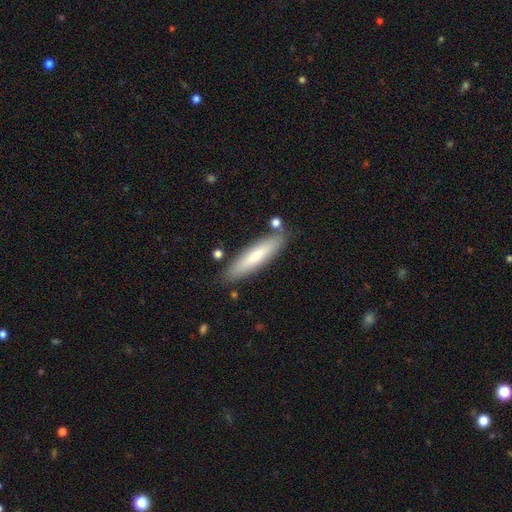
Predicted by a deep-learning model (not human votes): smooth_or_featured: smooth (p=0.67) [alt: featured or disk p=0.27]
how_rounded: cigar-shaped (p=0.79) [alt: in between p=0.20]
merging: none (p=0.82) [alt: minor disturbance p=0.11]